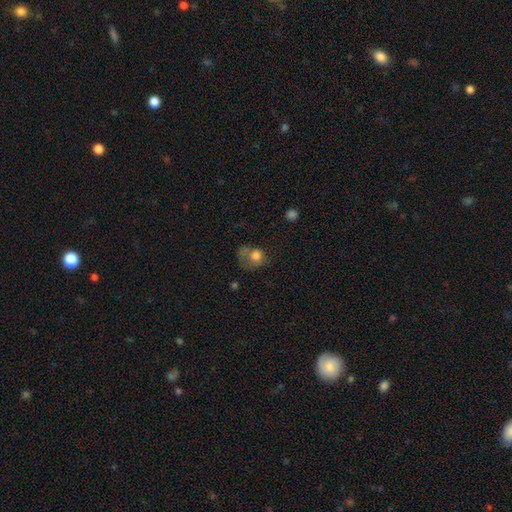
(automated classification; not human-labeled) A smooth galaxy with no disk features (72%) that is round (60%). Merging: major disturbance (41%).